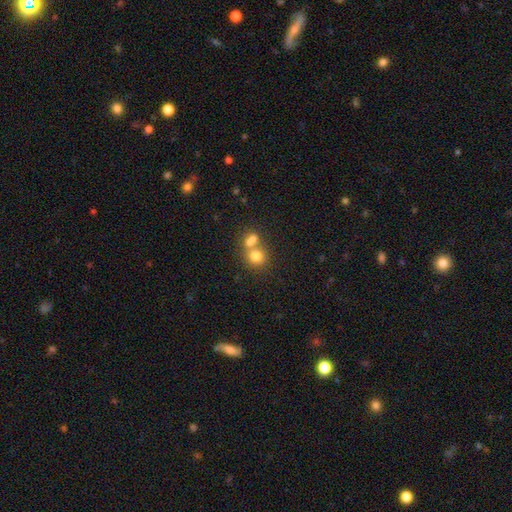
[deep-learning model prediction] Smooth or featured? Predicted: smooth (p=0.76). How rounded? Predicted: round (p=0.76). Merging? Predicted: merger (p=0.50).